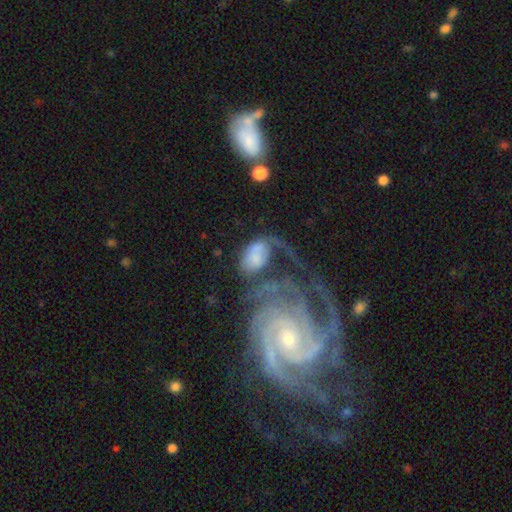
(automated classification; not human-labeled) Q: Smooth or featured?
A: smooth (50%); runner-up: featured or disk (40%)
Q: How rounded?
A: in between (84%); runner-up: round (14%)
Q: Merging?
A: major disturbance (31%); runner-up: none (27%)